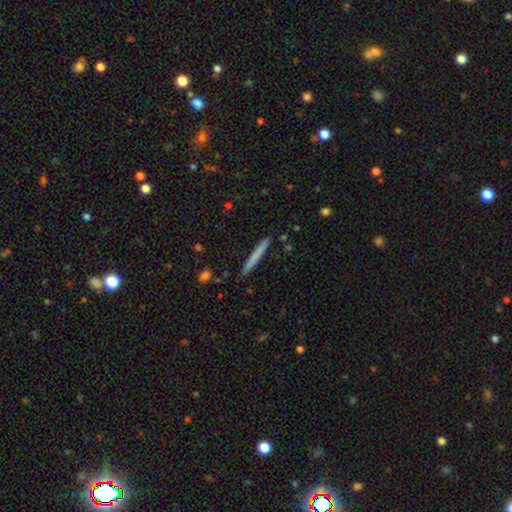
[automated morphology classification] smooth_or_featured: smooth (p=0.66) [alt: featured or disk p=0.28]
how_rounded: cigar-shaped (p=0.97) [alt: in between p=0.02]
merging: none (p=0.90) [alt: minor disturbance p=0.07]